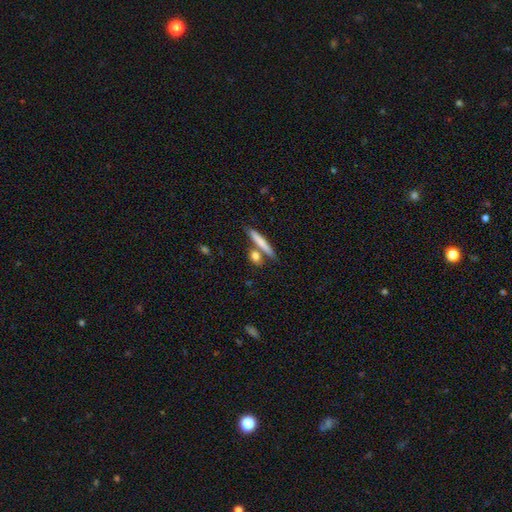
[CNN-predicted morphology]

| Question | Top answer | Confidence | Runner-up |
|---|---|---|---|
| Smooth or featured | smooth | 78% | featured or disk (15%) |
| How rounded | cigar-shaped | 56% | round (24%) |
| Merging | none | 71% | merger (16%) |